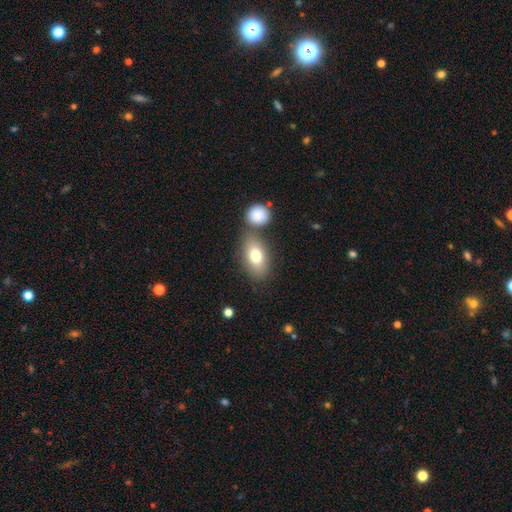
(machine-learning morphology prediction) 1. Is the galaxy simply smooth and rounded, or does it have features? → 79% smooth, 14% featured or disk, 7% star or artifact.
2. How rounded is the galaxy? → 89% in between, 8% round, 3% cigar-shaped.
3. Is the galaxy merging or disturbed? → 65% none, 18% merger, 13% minor disturbance, 4% major disturbance.